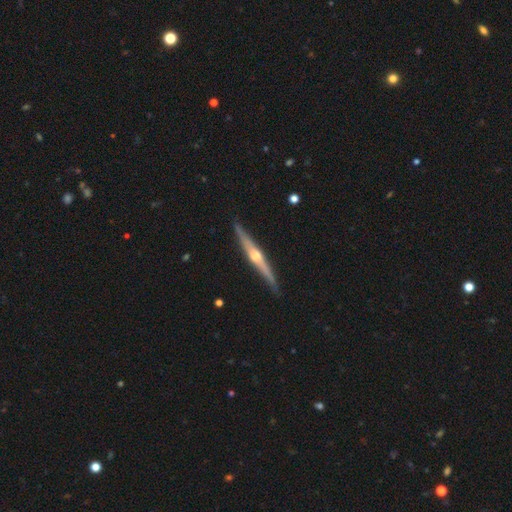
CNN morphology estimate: Smooth or featured? Predicted: featured or disk (p=0.82). Edge-on disk? Predicted: yes (p=0.98). Edge-on bulge? Predicted: rounded (p=0.92). Merging? Predicted: none (p=0.89).